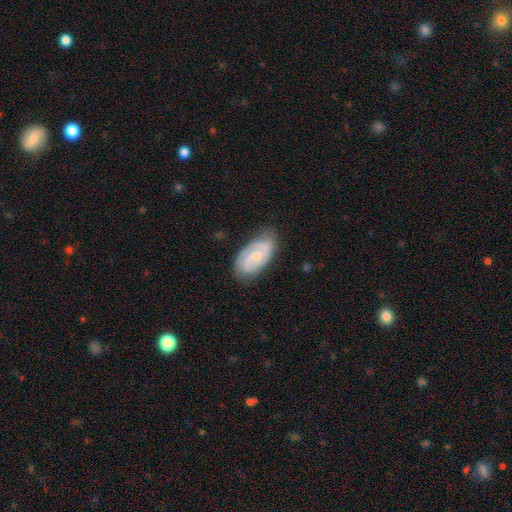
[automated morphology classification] This is likely a featured or disk galaxy (70%). It is clearly not viewed edge-on (95%). Bar: possibly no (56%). Spiral arm pattern: clearly yes (90%). Spiral arm count: likely 2 (70%). Spiral winding: marginally tight (43%). Central bulge: possibly small (59%). Merging: likely none (74%).